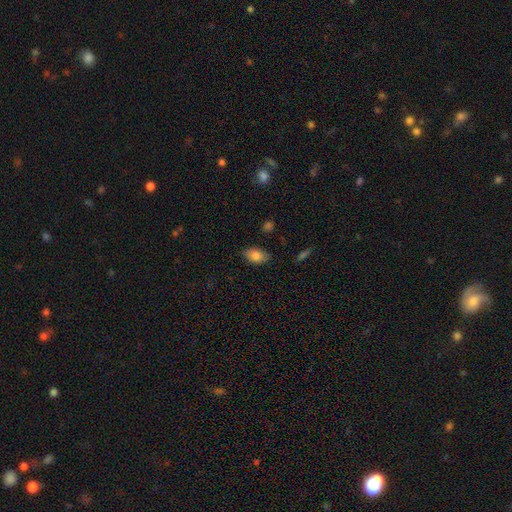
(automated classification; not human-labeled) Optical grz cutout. It shows a smooth galaxy with no disk features (82%) that is in between round and cigar-shaped (90%). Merging: none (82%).